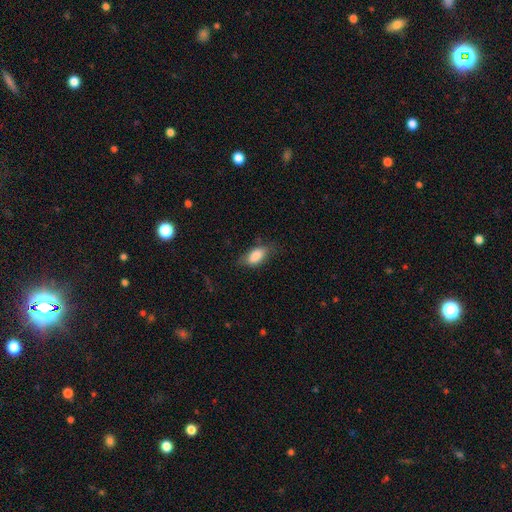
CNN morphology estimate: smooth_or_featured: smooth (p=0.83) [alt: featured or disk p=0.10]
how_rounded: in between (p=0.88) [alt: cigar-shaped p=0.08]
merging: none (p=0.64) [alt: minor disturbance p=0.26]